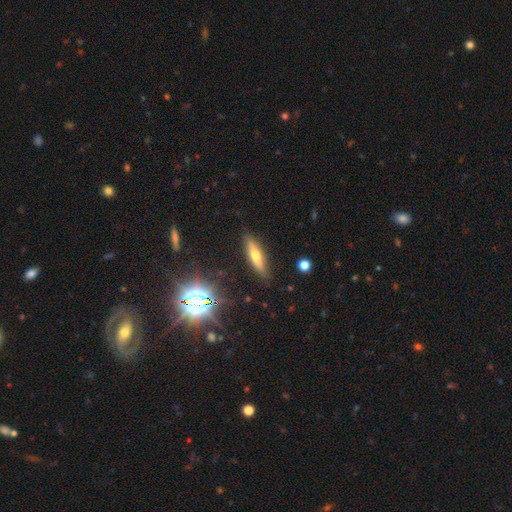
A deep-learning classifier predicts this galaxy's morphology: Overall: smooth (48%; featured or disk 41%). Merging: none (86%).